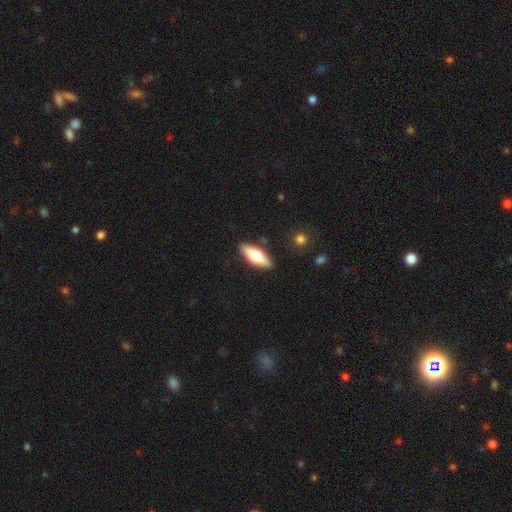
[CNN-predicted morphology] A smooth galaxy with no disk features (52%) that is in between round and cigar-shaped (57%).

Vote fractions:
- Smooth or featured? smooth: 52% / featured or disk: 42% / star or artifact: 6%
- How rounded? in between: 57% / cigar-shaped: 41% / round: 3%
- Merging? none: 87% / minor disturbance: 9% / major disturbance: 2% / merger: 2%